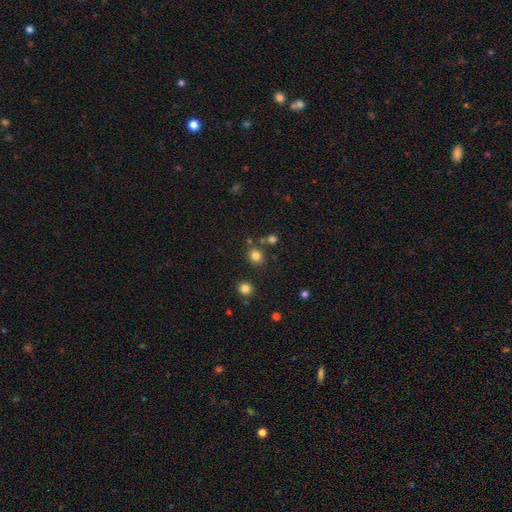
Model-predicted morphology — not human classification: type=smooth (80%); roundness=round (70%); merging=none (78%).